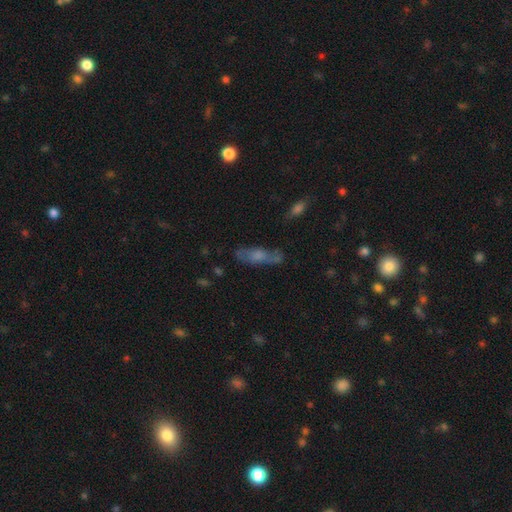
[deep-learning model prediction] This is marginally a featured or disk galaxy (44%). Merging: likely none (68%).